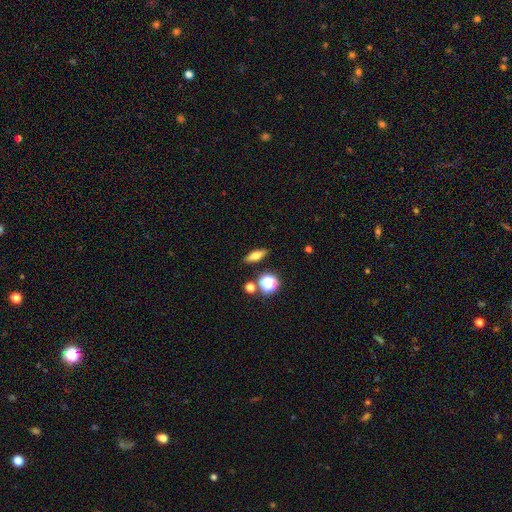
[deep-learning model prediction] Smooth or featured? Predicted: smooth (p=0.61). How rounded? Predicted: in between (p=0.52). Merging? Predicted: none (p=0.86).